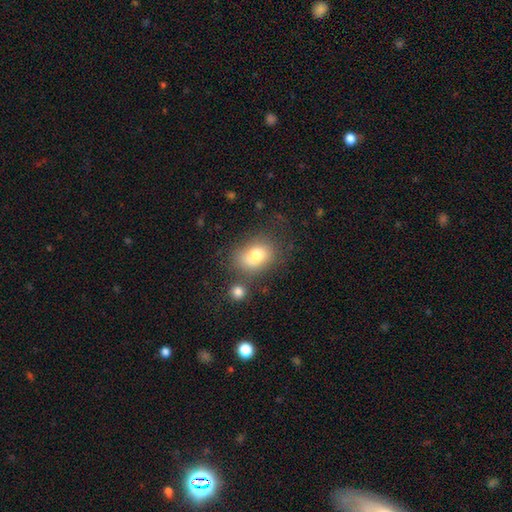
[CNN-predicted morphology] A smooth galaxy with no disk features (78%) that is in between round and cigar-shaped (69%). Merging: none (61%).